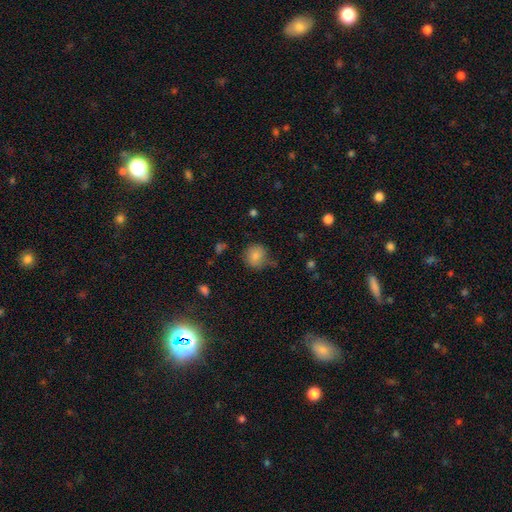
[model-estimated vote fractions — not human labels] Smooth or featured?
  - smooth: 82% *
  - star or artifact: 10%
  - featured or disk: 9%
How rounded?
  - round: 84% *
  - in between: 15%
  - cigar-shaped: 1%
Merging?
  - none: 66% *
  - minor disturbance: 23%
  - major disturbance: 7%
  - merger: 3%